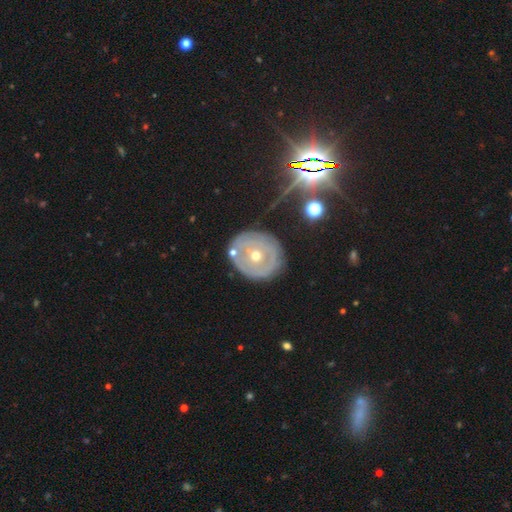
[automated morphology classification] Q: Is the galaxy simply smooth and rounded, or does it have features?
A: featured or disk — 62%.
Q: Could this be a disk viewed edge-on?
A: no — 94%.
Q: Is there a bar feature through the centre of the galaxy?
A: no — 79%.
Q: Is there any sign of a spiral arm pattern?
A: no — 64%.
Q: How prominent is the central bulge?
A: moderate — 52%.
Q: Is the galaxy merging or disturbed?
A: none — 76%.